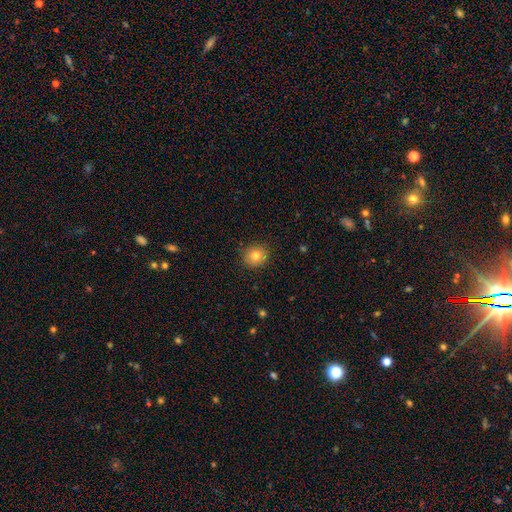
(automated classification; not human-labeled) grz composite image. It shows a smooth galaxy with no disk features (80%) that is round (82%). Merging: none (88%).